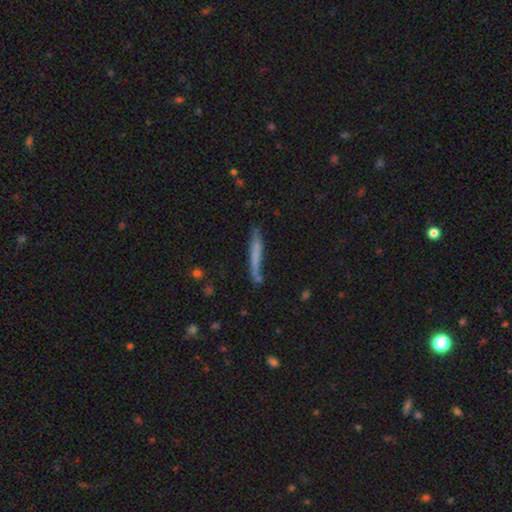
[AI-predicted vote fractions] This is likely a smooth galaxy (62%). How rounded: clearly cigar-shaped (95%). Merging: likely none (72%).